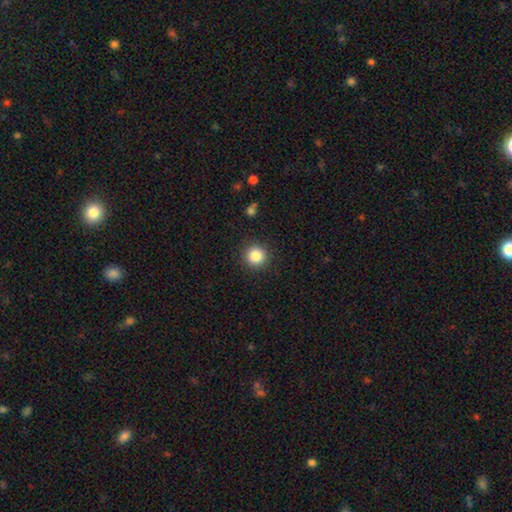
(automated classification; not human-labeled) Morphology: type=smooth (85%); roundness=round (95%); merging=none (91%).